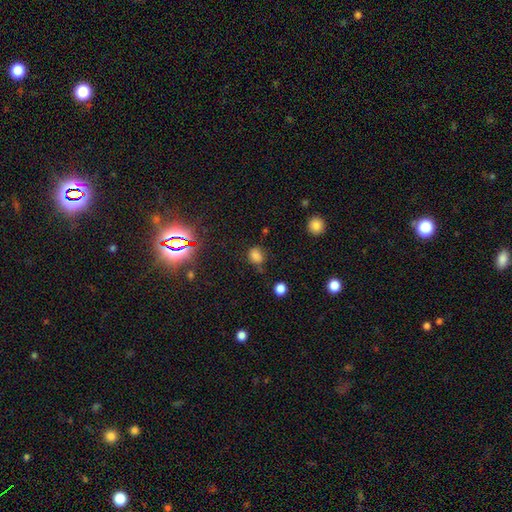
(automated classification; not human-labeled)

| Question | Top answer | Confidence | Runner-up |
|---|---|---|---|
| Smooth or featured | smooth | 71% | star or artifact (22%) |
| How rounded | round | 60% | in between (39%) |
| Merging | none | 65% | minor disturbance (23%) |